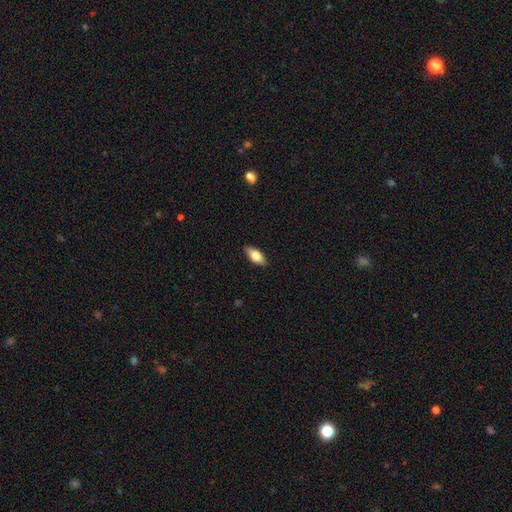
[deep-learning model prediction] A smooth galaxy with no disk features (73%) that is in between round and cigar-shaped (85%). Merging: none (89%).